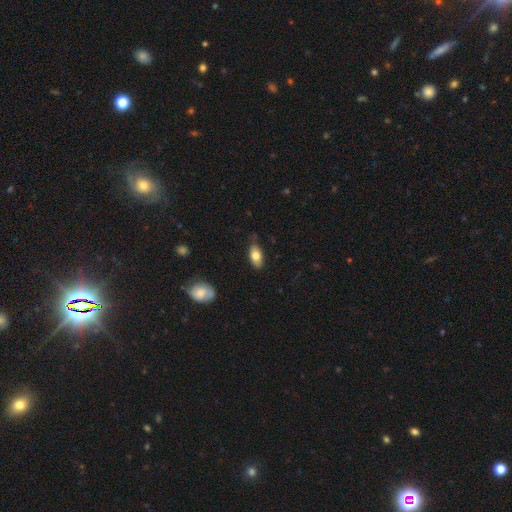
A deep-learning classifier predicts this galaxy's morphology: Smooth or featured: smooth — 77% (featured or disk — 16%)
How rounded: in between — 91% (cigar-shaped — 5%)
Merging: none — 75% (minor disturbance — 20%)